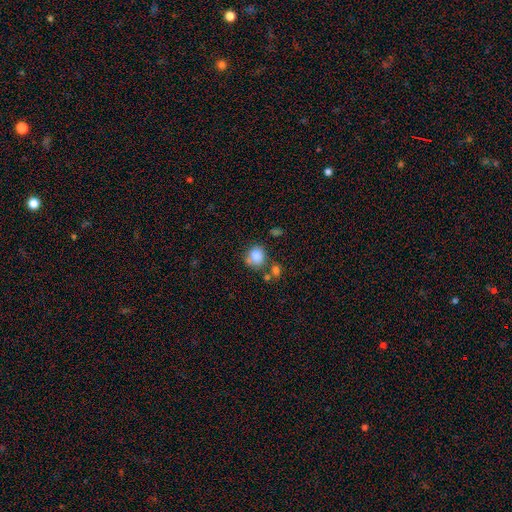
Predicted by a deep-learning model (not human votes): smooth 82%, star or artifact 9%, featured or disk 9%. Down the decision tree: how rounded — round (75%); merging — none (59%).